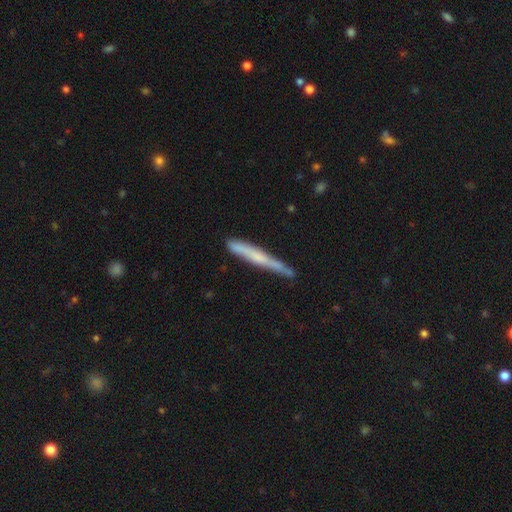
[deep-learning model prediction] Overall: smooth (49%; featured or disk 45%). Merging: none (73%).